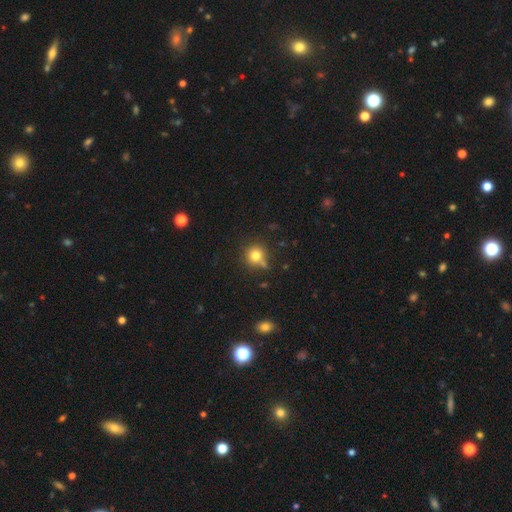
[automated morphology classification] Smooth or featured? Predicted: smooth (p=0.79). How rounded? Predicted: round (p=0.91). Merging? Predicted: none (p=0.70).